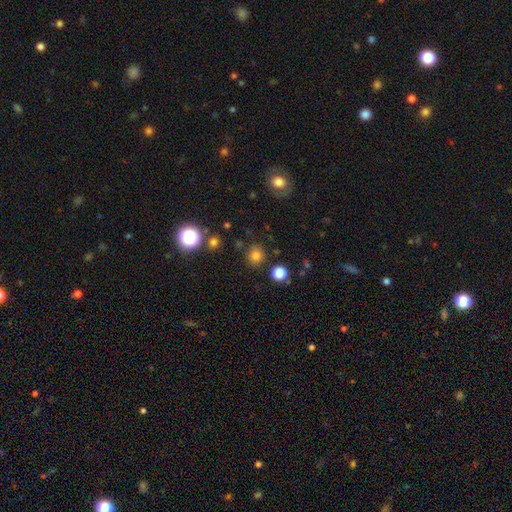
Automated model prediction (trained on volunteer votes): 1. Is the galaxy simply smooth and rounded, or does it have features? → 78% smooth, 16% star or artifact, 6% featured or disk.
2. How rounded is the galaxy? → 84% round, 15% in between, 1% cigar-shaped.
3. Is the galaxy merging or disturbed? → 85% none, 9% minor disturbance, 3% merger, 3% major disturbance.